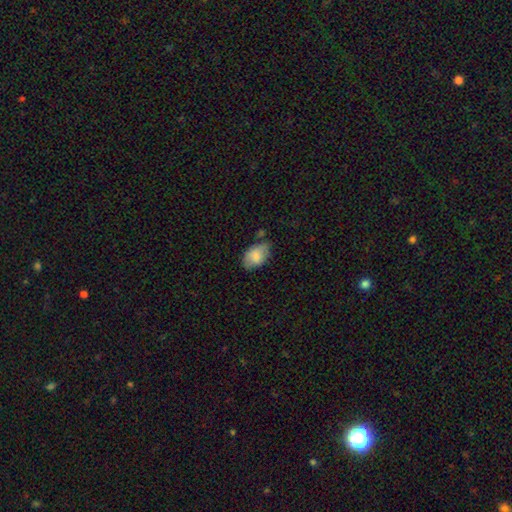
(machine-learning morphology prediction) The model was most divided on "merging": none: 56%, minor disturbance: 32%, major disturbance: 7%, merger: 5%. More confident: how rounded — in between (90%); smooth or featured — smooth (79%).